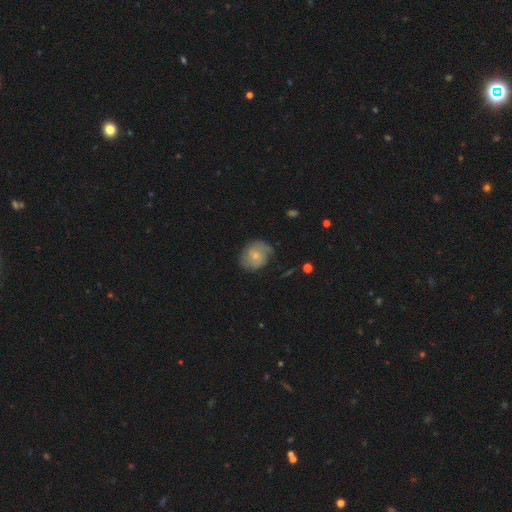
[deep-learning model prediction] smooth-or-featured: featured or disk: 49% | smooth: 43% | star or artifact: 7%
  merging: none: 63% | minor disturbance: 27% | major disturbance: 9% | merger: 2%